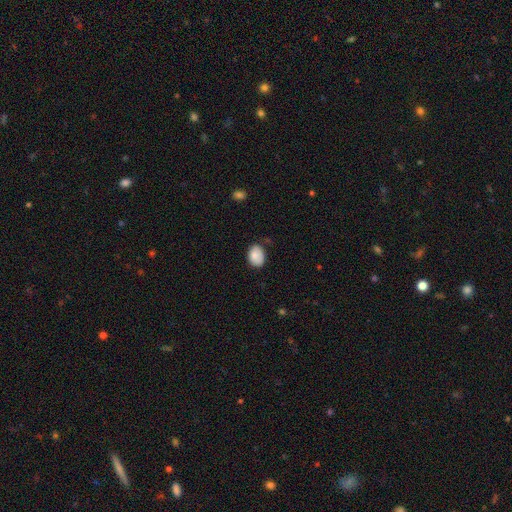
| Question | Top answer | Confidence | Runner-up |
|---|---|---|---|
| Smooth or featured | smooth | 85% | featured or disk (10%) |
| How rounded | in between | 82% | round (15%) |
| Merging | none | 57% | minor disturbance (35%) |